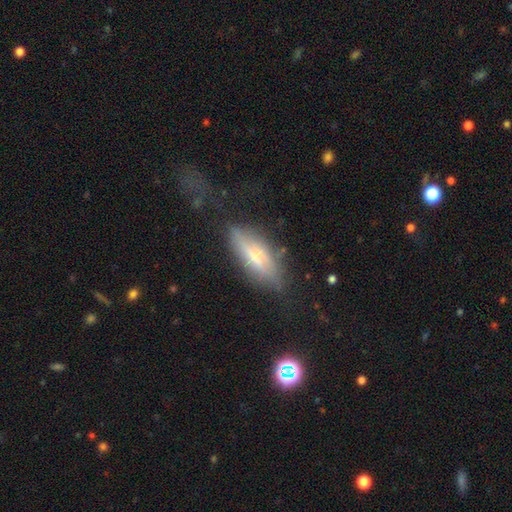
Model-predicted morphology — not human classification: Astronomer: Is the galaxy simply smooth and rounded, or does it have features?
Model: smooth — 48% (runner-up: featured or disk, 44%).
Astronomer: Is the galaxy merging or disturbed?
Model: none — 68%.